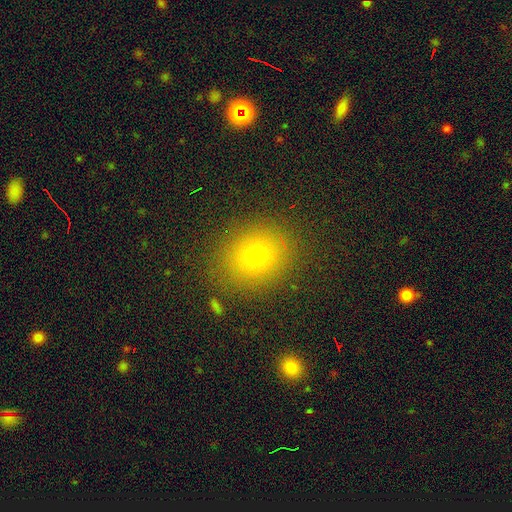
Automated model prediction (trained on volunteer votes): smooth-or-featured: smooth: 71% | star or artifact: 18% | featured or disk: 11%
  how-rounded: round: 77% | in between: 22% | cigar-shaped: 1%
  merging: none: 86% | minor disturbance: 9% | major disturbance: 4% | merger: 2%